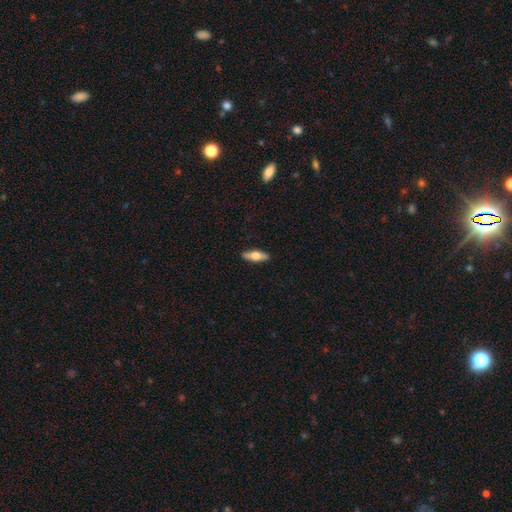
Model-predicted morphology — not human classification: smooth 51%, featured or disk 43%, star or artifact 6%. Down the decision tree: how rounded — in between (56%); merging — none (90%).